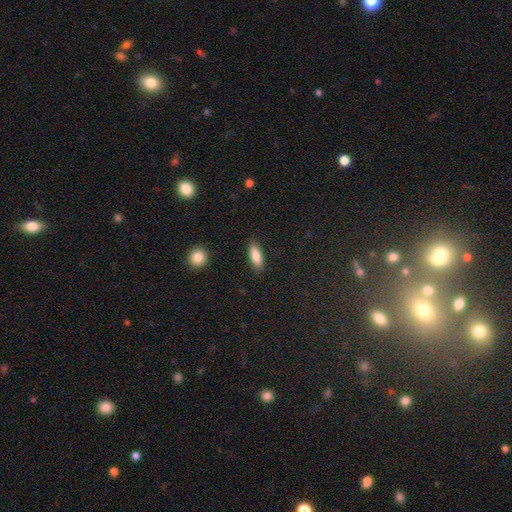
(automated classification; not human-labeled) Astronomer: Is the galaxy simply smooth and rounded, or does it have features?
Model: smooth — 84%.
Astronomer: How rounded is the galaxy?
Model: in between — 67%.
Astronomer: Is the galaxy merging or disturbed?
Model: none — 86%.